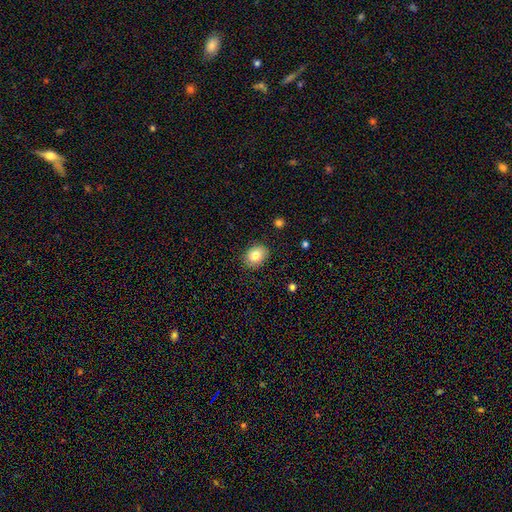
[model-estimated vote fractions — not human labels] smooth 81%, featured or disk 10%, star or artifact 9%. Down the decision tree: how rounded — in between (55%); merging — none (86%).